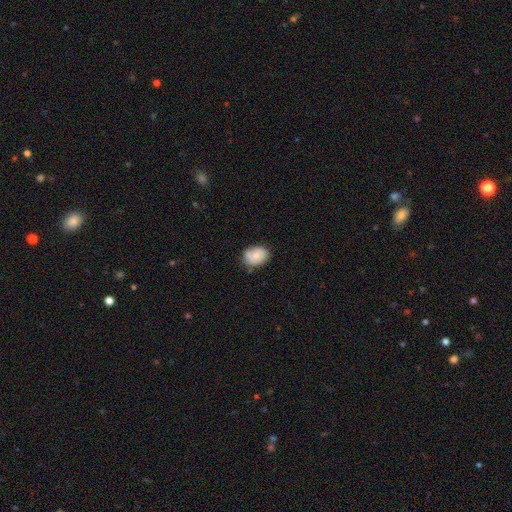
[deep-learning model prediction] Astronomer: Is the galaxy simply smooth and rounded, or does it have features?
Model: smooth — 62%.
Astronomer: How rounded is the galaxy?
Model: in between — 61% (runner-up: round, 38%).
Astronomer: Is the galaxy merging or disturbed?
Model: none — 68%.